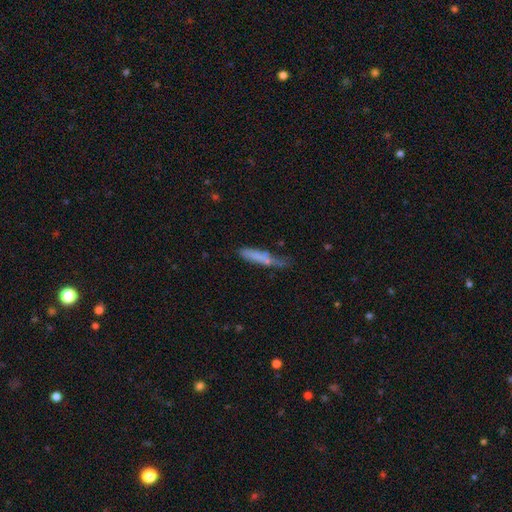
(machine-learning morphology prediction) smooth 69%, featured or disk 23%, star or artifact 8%. Down the decision tree: how rounded — cigar-shaped (86%); merging — none (48%).